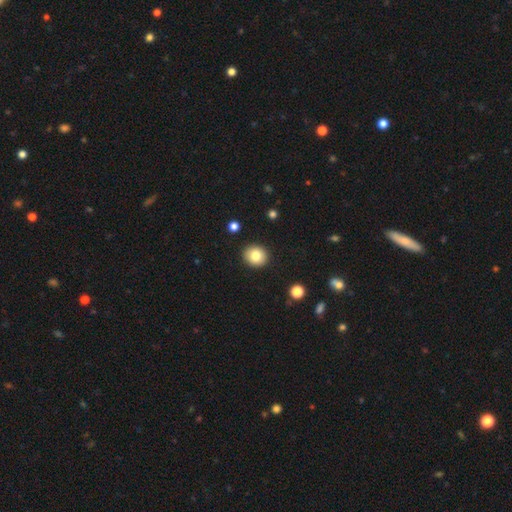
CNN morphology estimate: Smooth or featured: smooth — 83% (star or artifact — 9%)
How rounded: round — 79% (in between — 20%)
Merging: none — 90% (minor disturbance — 6%)